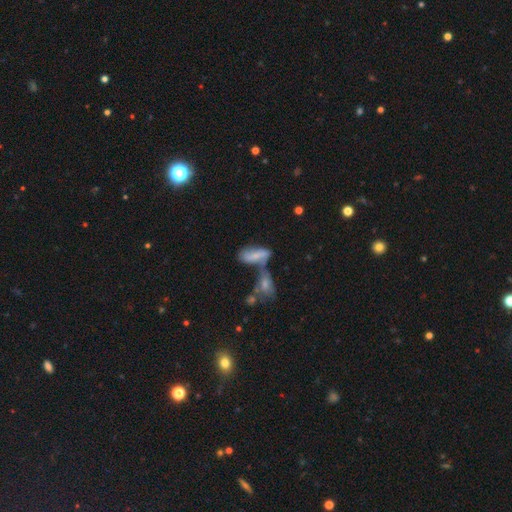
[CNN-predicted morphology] Q: Smooth or featured?
A: smooth (63%); runner-up: featured or disk (27%)
Q: How rounded?
A: in between (74%); runner-up: cigar-shaped (23%)
Q: Merging?
A: merger (56%); runner-up: none (25%)